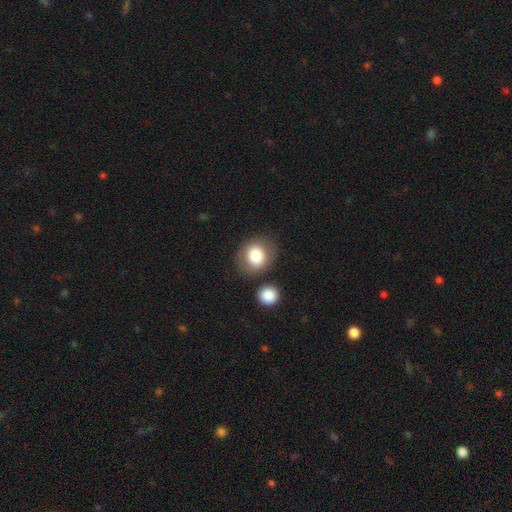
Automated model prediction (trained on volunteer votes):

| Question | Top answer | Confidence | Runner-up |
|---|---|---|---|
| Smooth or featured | smooth | 79% | featured or disk (13%) |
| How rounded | round | 68% | in between (32%) |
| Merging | none | 74% | minor disturbance (12%) |